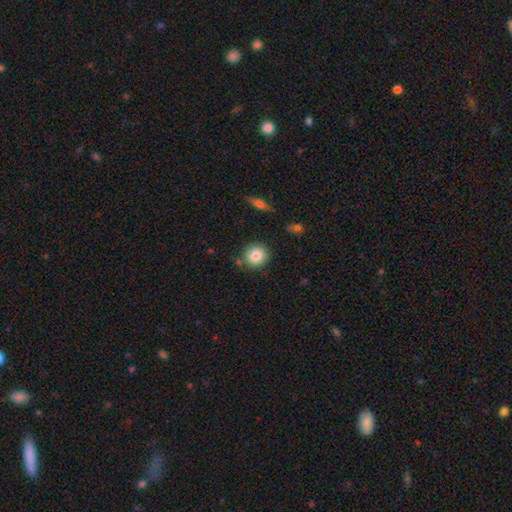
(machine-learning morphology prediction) Smooth or featured?
  - smooth: 83% *
  - star or artifact: 9%
  - featured or disk: 9%
How rounded?
  - round: 90% *
  - in between: 9%
  - cigar-shaped: 1%
Merging?
  - none: 84% *
  - minor disturbance: 10%
  - merger: 4%
  - major disturbance: 2%